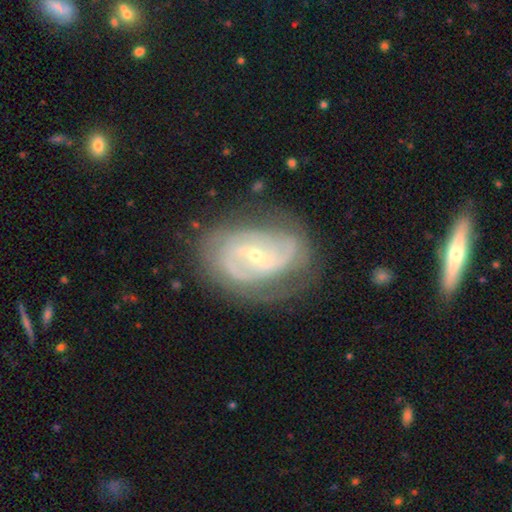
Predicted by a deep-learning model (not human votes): featured or disk 84%, smooth 11%, star or artifact 6%. Down the decision tree: edge-on disk — no (96%); bar — no (46%); spiral arms — yes (90%); spiral arm count — 2 (47%); spiral winding — tight (51%); bulge size — small (71%); merging — none (64%).